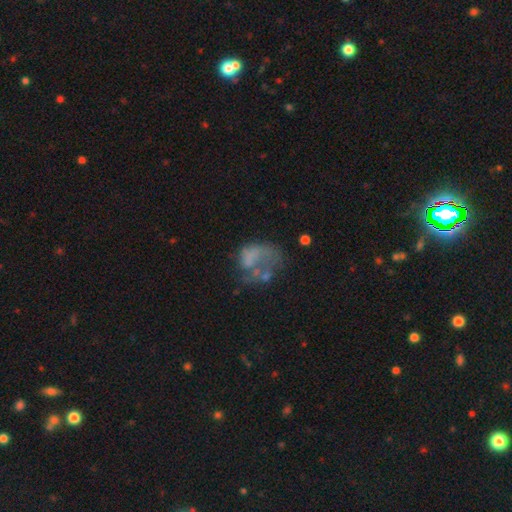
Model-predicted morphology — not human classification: Overall: featured or disk (47%; smooth 40%). Merging: major disturbance (42%; none 28%).